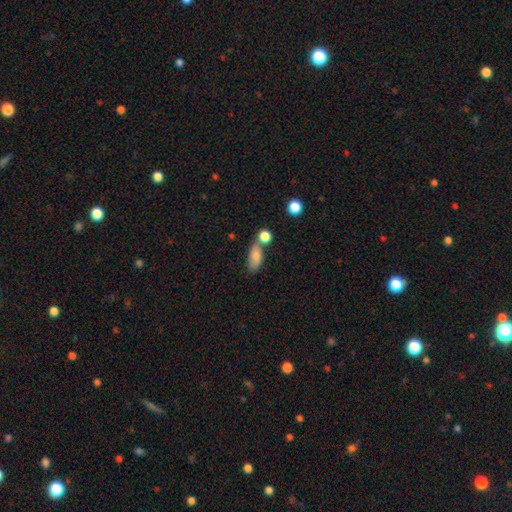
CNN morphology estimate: A smooth galaxy with no disk features (79%) that is in between round and cigar-shaped (79%).

Vote fractions:
- Smooth or featured? smooth: 79% / featured or disk: 13% / star or artifact: 9%
- How rounded? in between: 79% / cigar-shaped: 14% / round: 7%
- Merging? none: 46% / merger: 30% / minor disturbance: 17% / major disturbance: 7%